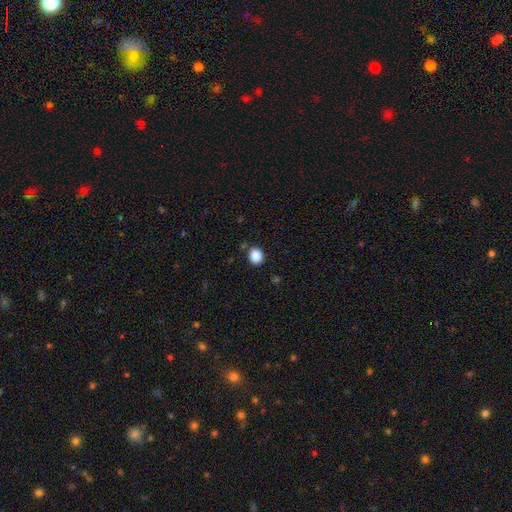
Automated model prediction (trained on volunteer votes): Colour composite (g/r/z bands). It shows a smooth galaxy with no disk features (88%) that is round (67%). Merging: none (85%).